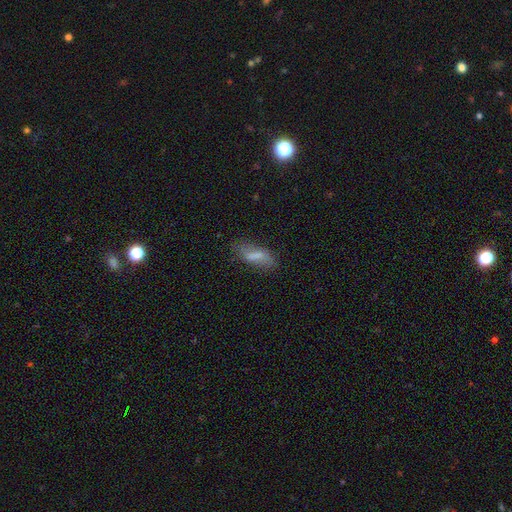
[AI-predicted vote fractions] Overall: smooth (62%; featured or disk 29%). How rounded: in between (63%; cigar-shaped 34%). Merging: none (67%).